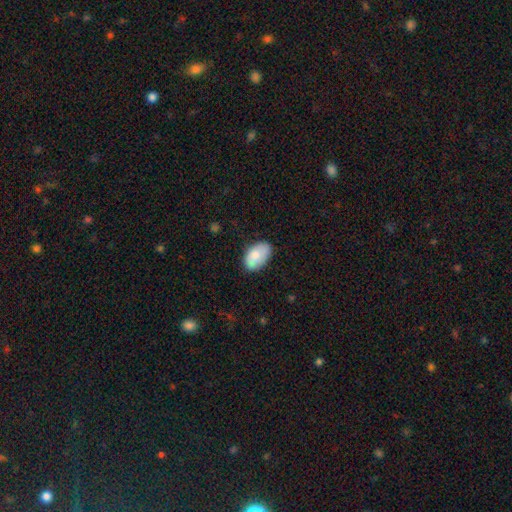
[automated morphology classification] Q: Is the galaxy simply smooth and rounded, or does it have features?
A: smooth — 81%.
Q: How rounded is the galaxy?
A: in between — 93%.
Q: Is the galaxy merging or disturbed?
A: none — 78%.